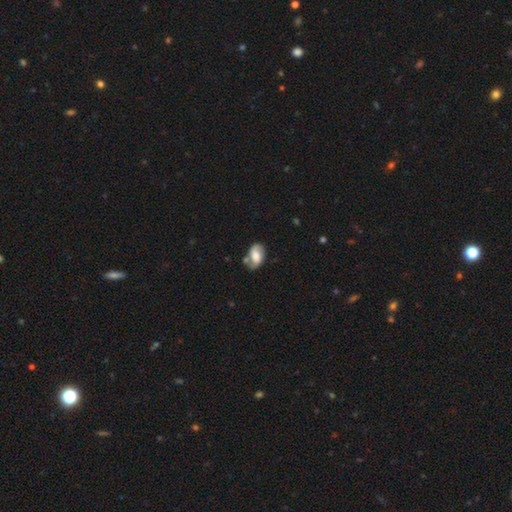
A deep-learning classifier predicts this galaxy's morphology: Smooth or featured: smooth — 47% (featured or disk — 46%)
Merging: none — 54% (minor disturbance — 26%)